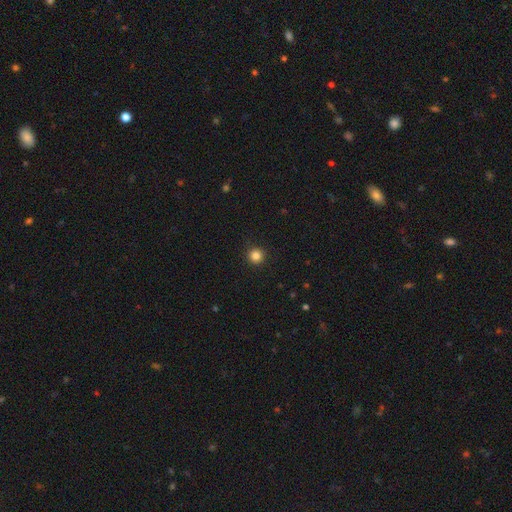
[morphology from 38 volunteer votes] This is clearly a smooth galaxy (95%). How rounded: clearly round (94%). Merging: clearly none (94%).